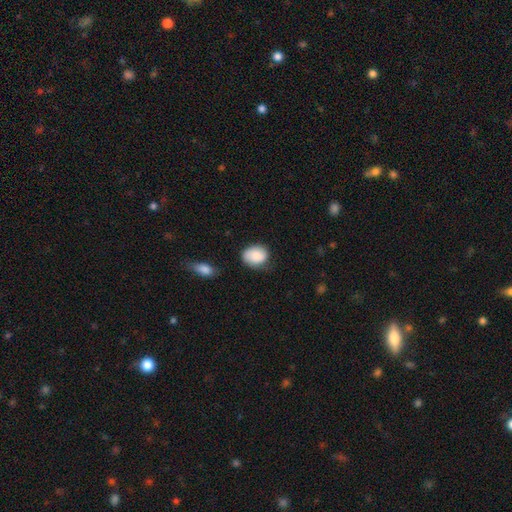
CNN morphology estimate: smooth-or-featured: smooth: 86% | featured or disk: 8% | star or artifact: 7%
  how-rounded: in between: 60% | round: 39% | cigar-shaped: 1%
  merging: none: 61% | minor disturbance: 28% | major disturbance: 7% | merger: 3%